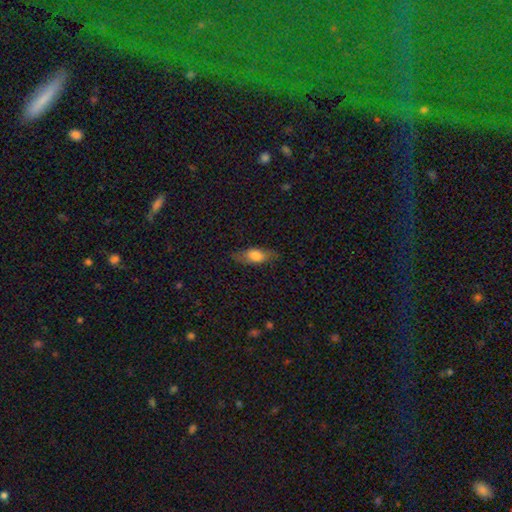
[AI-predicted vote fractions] This is likely a smooth galaxy (69%). How rounded: likely in between (72%). Merging: likely none (78%).